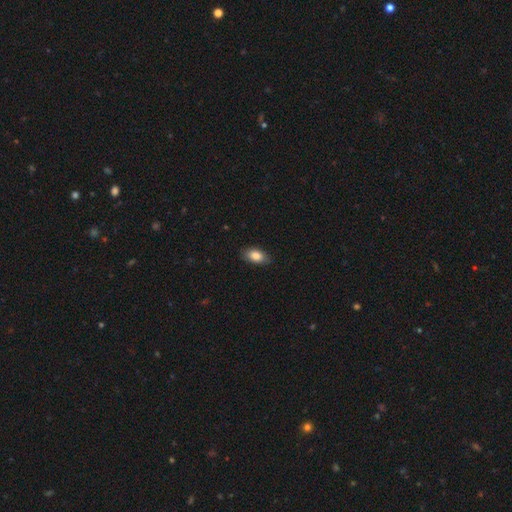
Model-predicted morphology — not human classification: smooth_or_featured: smooth (p=0.85) [alt: featured or disk p=0.08]
how_rounded: in between (p=0.91) [alt: round p=0.06]
merging: none (p=0.85) [alt: minor disturbance p=0.12]